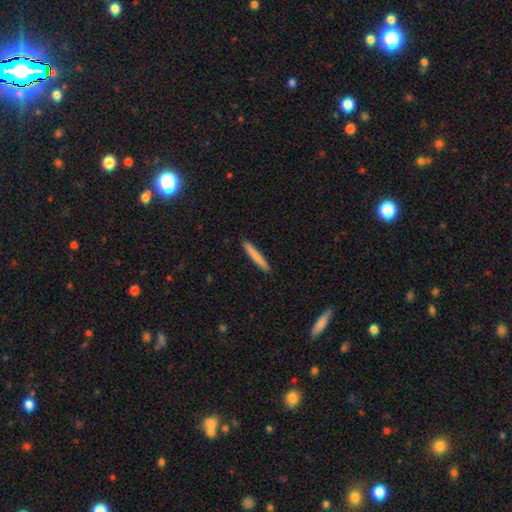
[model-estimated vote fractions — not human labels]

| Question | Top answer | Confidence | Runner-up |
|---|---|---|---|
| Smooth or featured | smooth | 78% | featured or disk (17%) |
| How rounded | cigar-shaped | 96% | in between (3%) |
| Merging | none | 92% | minor disturbance (6%) |